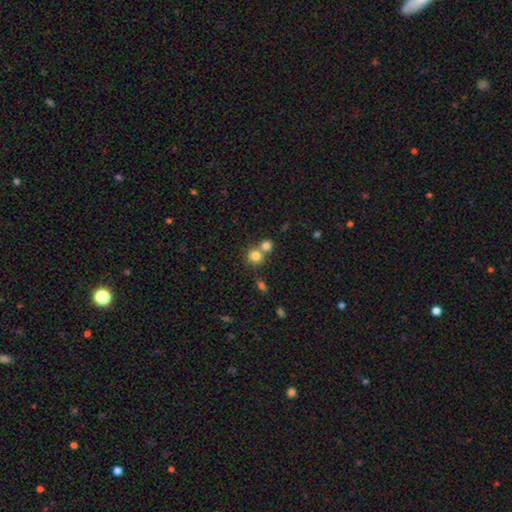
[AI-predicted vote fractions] Smooth or featured?
  - smooth: 79% *
  - star or artifact: 12%
  - featured or disk: 9%
How rounded?
  - round: 87% *
  - in between: 12%
  - cigar-shaped: 1%
Merging?
  - none: 50% *
  - merger: 41%
  - minor disturbance: 6%
  - major disturbance: 3%